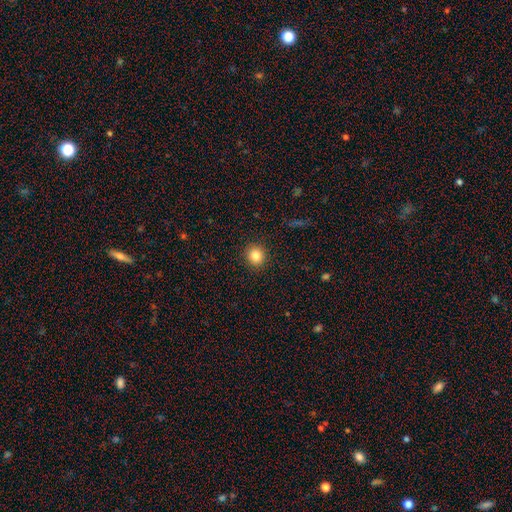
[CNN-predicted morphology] The model was most divided on "smooth or featured": smooth: 84%, star or artifact: 11%, featured or disk: 6%. More confident: merging — none (91%); how rounded — round (88%).